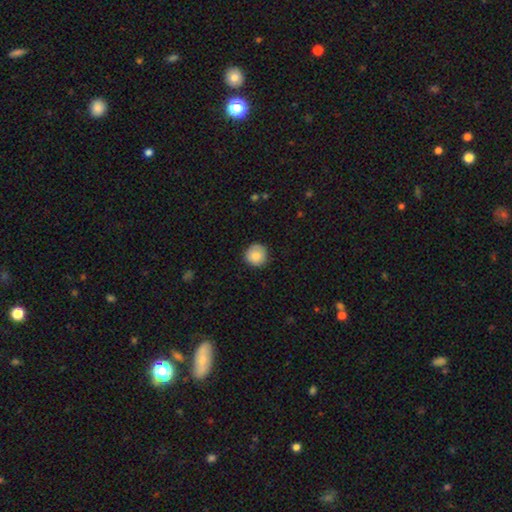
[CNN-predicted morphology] Smooth or featured? smooth (84%)
How rounded? round (93%)
Merging? none (84%)